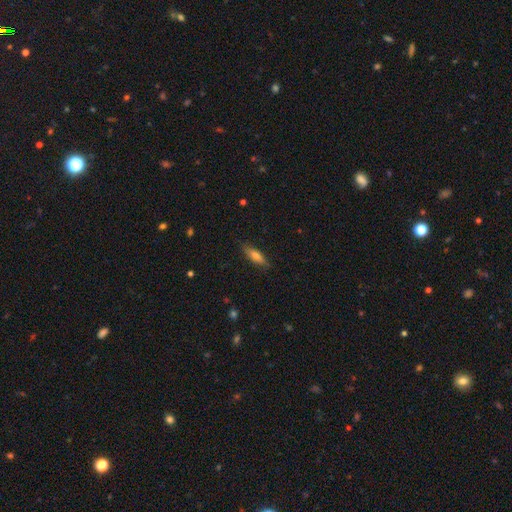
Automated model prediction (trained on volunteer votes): Overall: smooth (71%). How rounded: cigar-shaped (53%; in between 45%). Merging: none (83%).